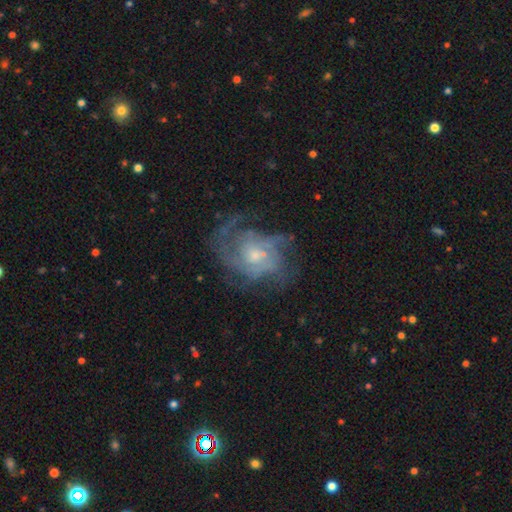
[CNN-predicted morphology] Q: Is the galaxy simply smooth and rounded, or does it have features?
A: featured or disk — 82%.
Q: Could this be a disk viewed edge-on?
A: no — 98%.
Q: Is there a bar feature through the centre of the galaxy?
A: no — 72%.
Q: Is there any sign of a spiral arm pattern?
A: yes — 89%.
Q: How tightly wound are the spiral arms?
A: tight — 43%.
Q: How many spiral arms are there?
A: can't tell — 37%.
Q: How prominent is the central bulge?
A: small — 50%.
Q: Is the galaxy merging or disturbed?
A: none — 53%.